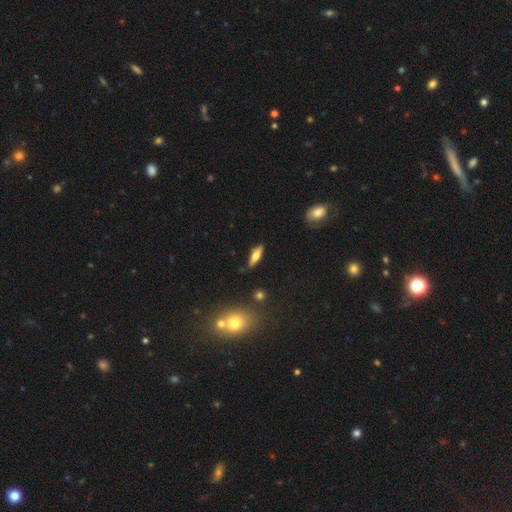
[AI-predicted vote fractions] Smooth or featured: smooth — 49% (featured or disk — 43%)
Merging: none — 83% (minor disturbance — 12%)